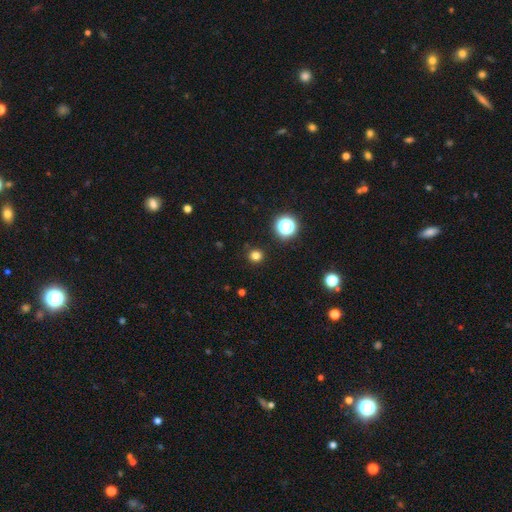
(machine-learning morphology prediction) Smooth or featured: smooth — 79% (star or artifact — 17%)
How rounded: round — 91% (in between — 8%)
Merging: none — 91% (minor disturbance — 6%)